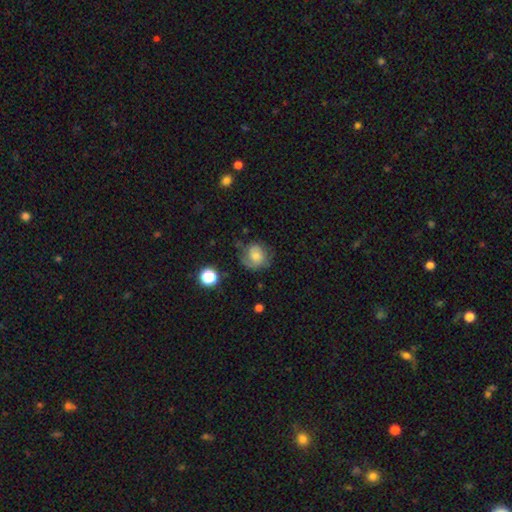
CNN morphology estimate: This appears to be a smooth galaxy with no disk features (54%) that is round (75%). Merging: none (53%).